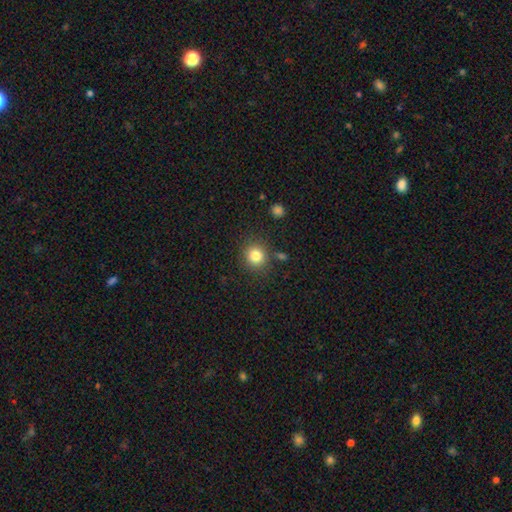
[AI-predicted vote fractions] Overall: smooth (83%). How rounded: round (89%). Merging: none (85%).